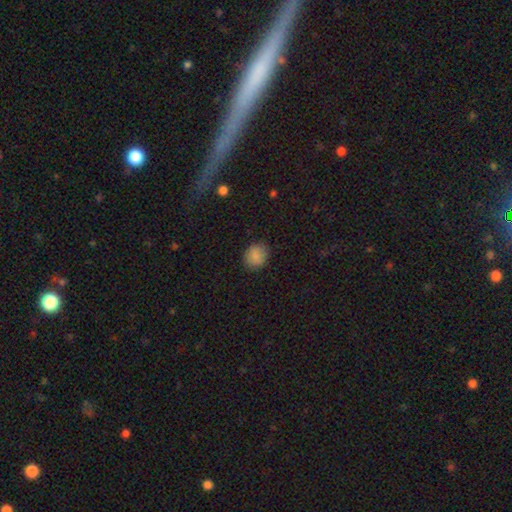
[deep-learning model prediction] This appears to be a smooth galaxy with no disk features (87%) that is round (70%). Merging: none (85%).